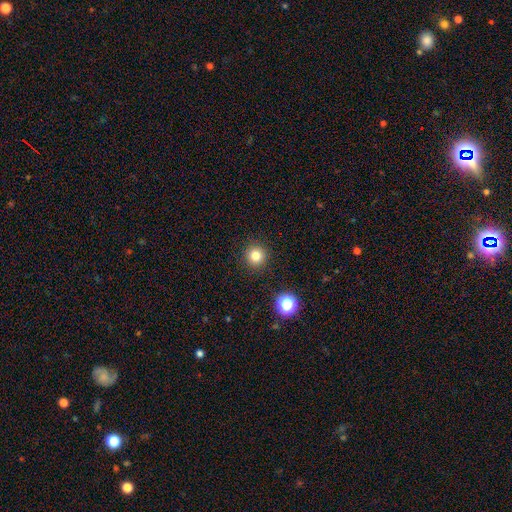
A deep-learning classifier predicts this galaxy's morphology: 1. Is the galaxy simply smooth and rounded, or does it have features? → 81% smooth, 13% star or artifact, 6% featured or disk.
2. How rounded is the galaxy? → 95% round, 4% in between, 1% cigar-shaped.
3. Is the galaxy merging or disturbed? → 92% none, 5% minor disturbance, 2% major disturbance, 1% merger.